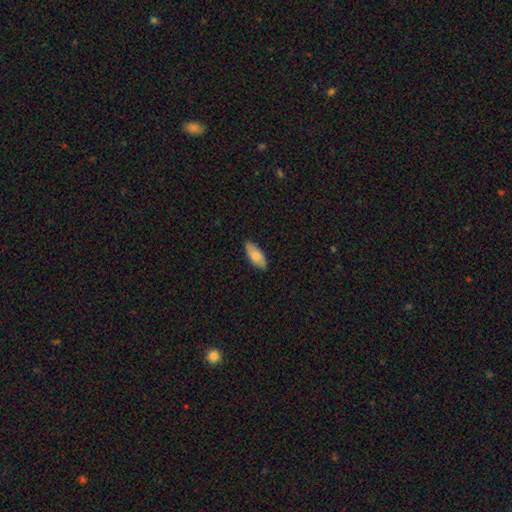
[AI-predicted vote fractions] A smooth galaxy with no disk features (78%) that is in between round and cigar-shaped (84%).

Vote fractions:
- Smooth or featured? smooth: 78% / featured or disk: 16% / star or artifact: 6%
- How rounded? in between: 84% / cigar-shaped: 14% / round: 2%
- Merging? none: 87% / minor disturbance: 11% / major disturbance: 2% / merger: 1%